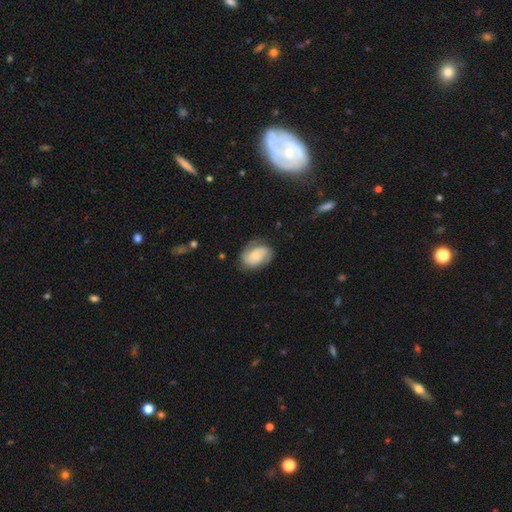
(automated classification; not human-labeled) smooth_or_featured: featured or disk (p=0.47) [alt: smooth p=0.46]
merging: none (p=0.70) [alt: minor disturbance p=0.22]